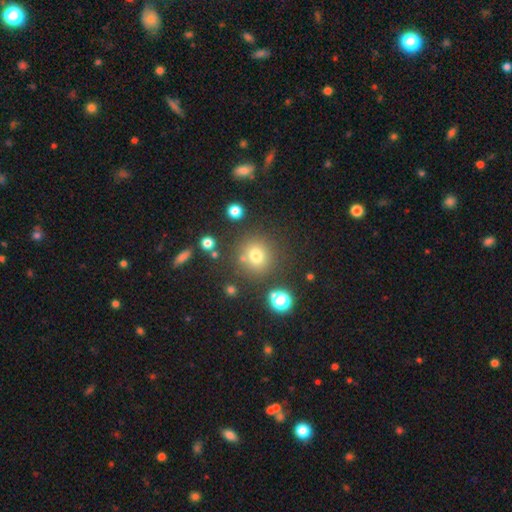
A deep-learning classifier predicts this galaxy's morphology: Smooth or featured?
  - smooth: 74% *
  - star or artifact: 17%
  - featured or disk: 9%
How rounded?
  - round: 91% *
  - in between: 8%
  - cigar-shaped: 1%
Merging?
  - none: 79% *
  - minor disturbance: 9%
  - merger: 7%
  - major disturbance: 4%